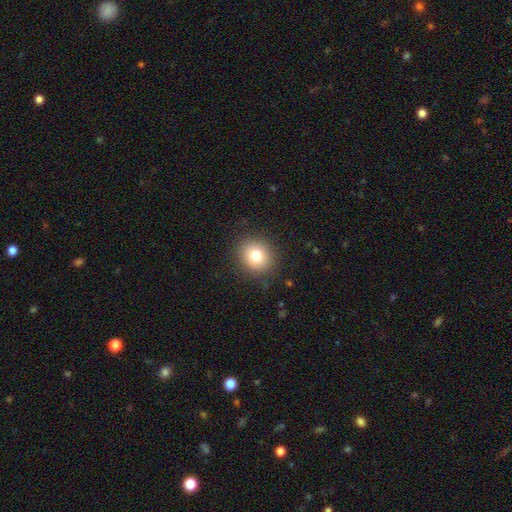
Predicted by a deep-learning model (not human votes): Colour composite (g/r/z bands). It shows a smooth galaxy with no disk features (78%) that is round (77%). Merging: none (88%).